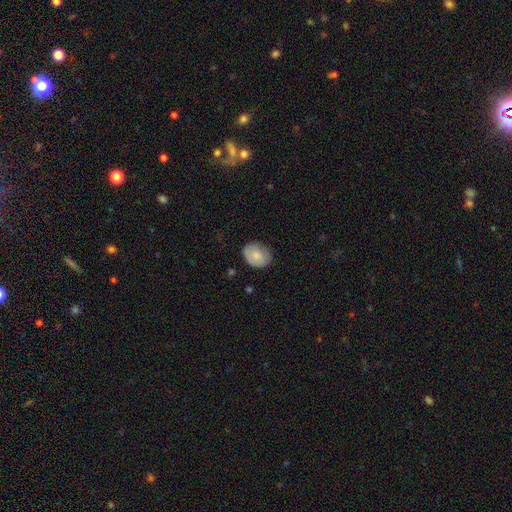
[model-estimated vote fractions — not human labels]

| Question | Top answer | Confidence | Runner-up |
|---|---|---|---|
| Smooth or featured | smooth | 81% | featured or disk (13%) |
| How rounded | in between | 51% | round (48%) |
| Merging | none | 75% | minor disturbance (20%) |